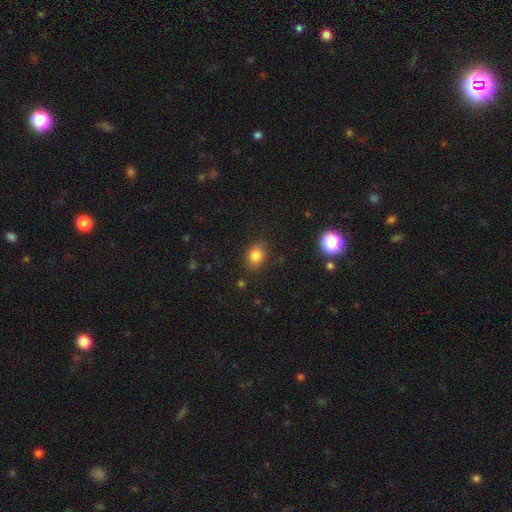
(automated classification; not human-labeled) Smooth or featured? Predicted: smooth (p=0.82). How rounded? Predicted: in between (p=0.51). Merging? Predicted: none (p=0.81).